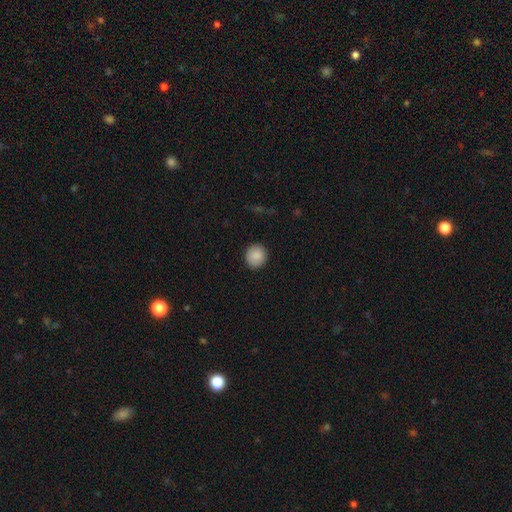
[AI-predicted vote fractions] Smooth or featured: smooth — 89% (star or artifact — 8%)
How rounded: round — 90% (in between — 9%)
Merging: none — 91% (minor disturbance — 6%)